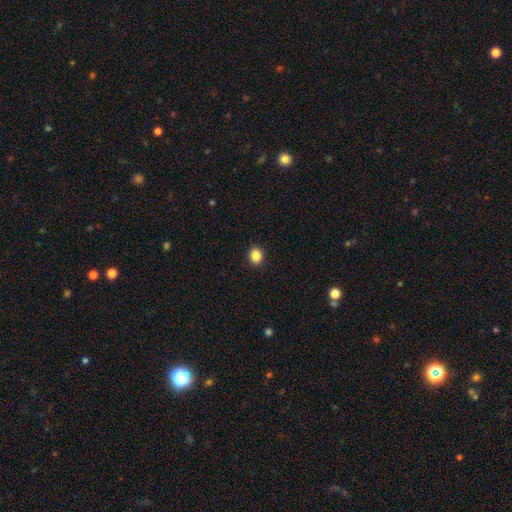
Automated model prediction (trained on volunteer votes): smooth 86%, star or artifact 10%, featured or disk 4%. Down the decision tree: how rounded — round (75%); merging — none (92%).